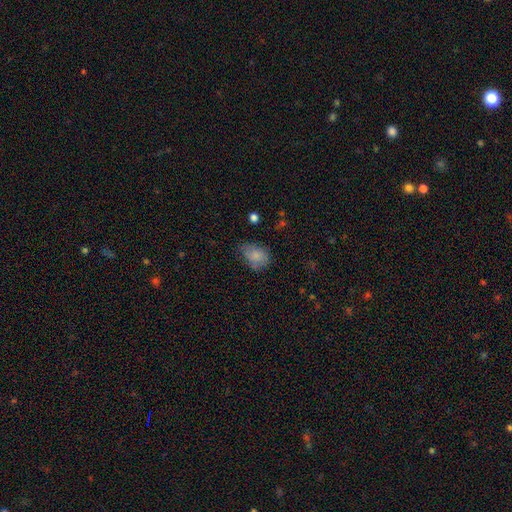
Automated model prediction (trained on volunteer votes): smooth_or_featured: smooth (p=0.79) [alt: featured or disk p=0.13]
how_rounded: in between (p=0.71) [alt: round p=0.28]
merging: none (p=0.54) [alt: minor disturbance p=0.33]